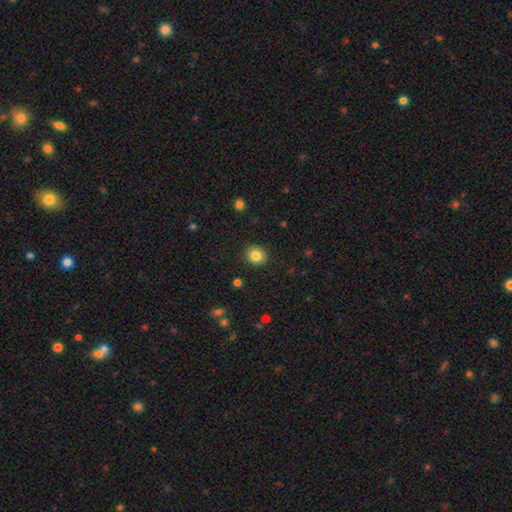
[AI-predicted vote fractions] This is clearly a smooth galaxy (84%). How rounded: likely round (77%). Merging: clearly none (89%).